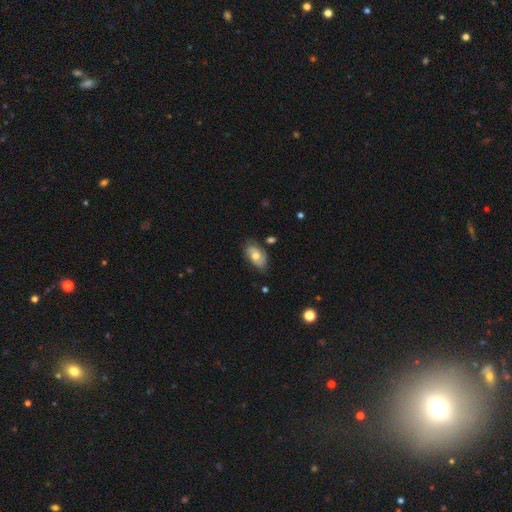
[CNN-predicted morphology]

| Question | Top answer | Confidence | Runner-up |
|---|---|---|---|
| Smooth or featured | featured or disk | 50% | smooth (42%) |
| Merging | none | 70% | minor disturbance (22%) |